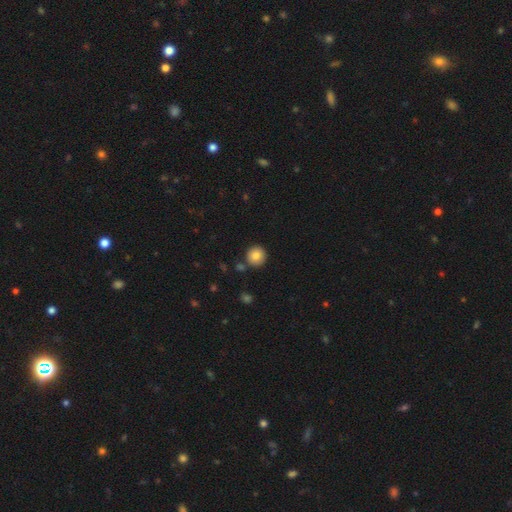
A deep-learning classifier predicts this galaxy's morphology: smooth_or_featured: smooth (p=0.81) [alt: star or artifact p=0.10]
how_rounded: round (p=0.94) [alt: in between p=0.05]
merging: none (p=0.87) [alt: minor disturbance p=0.07]